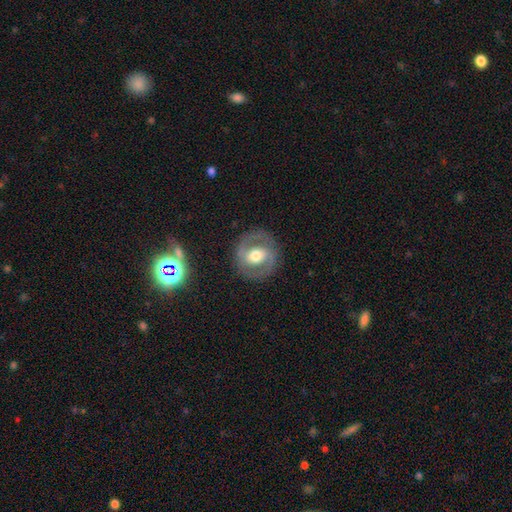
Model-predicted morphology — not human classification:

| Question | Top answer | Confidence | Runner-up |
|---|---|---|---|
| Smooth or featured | featured or disk | 69% | smooth (25%) |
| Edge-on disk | no | 96% | yes (4%) |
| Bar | weak | 38% | no (36%) |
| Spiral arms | yes | 67% | no (33%) |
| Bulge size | moderate | 66% | large (22%) |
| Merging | none | 83% | minor disturbance (10%) |